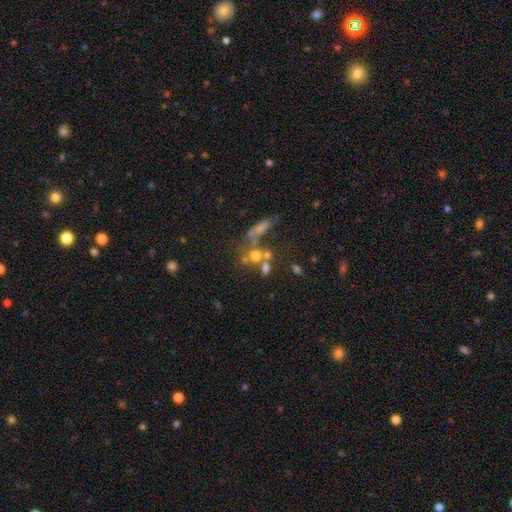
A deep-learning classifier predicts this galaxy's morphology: The model was most divided on "merging": none: 40%, merger: 39%, minor disturbance: 11%, major disturbance: 10%. More confident: how rounded — round (66%); smooth or featured — smooth (57%).